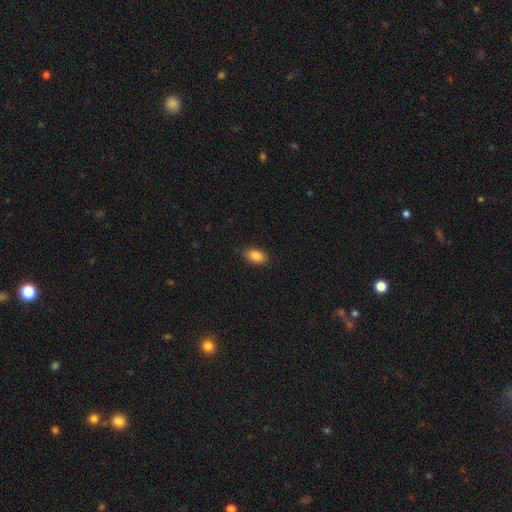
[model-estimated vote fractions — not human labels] A smooth galaxy with no disk features (87%) that is in between round and cigar-shaped (92%).

Vote fractions:
- Smooth or featured? smooth: 87% / star or artifact: 7% / featured or disk: 5%
- How rounded? in between: 92% / round: 4% / cigar-shaped: 4%
- Merging? none: 84% / minor disturbance: 13% / major disturbance: 2% / merger: 1%